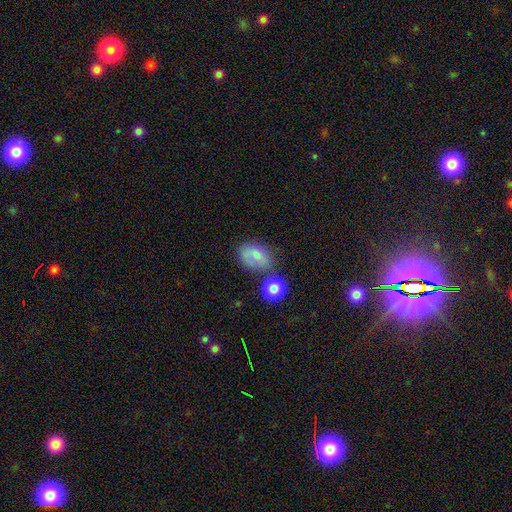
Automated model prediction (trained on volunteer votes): Smooth or featured? smooth (76%)
How rounded? in between (69%)
Merging? none (46%)